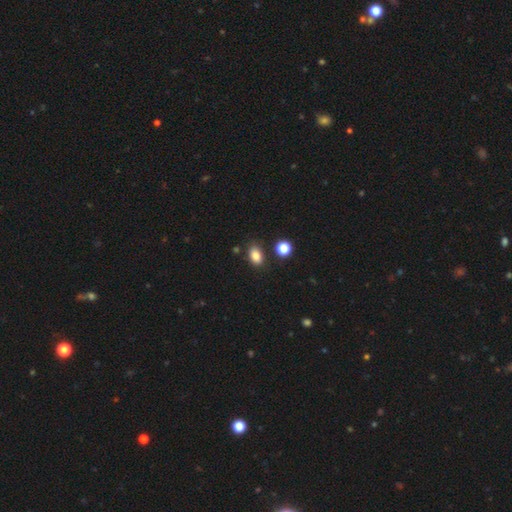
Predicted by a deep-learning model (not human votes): smooth_or_featured: smooth (p=0.83) [alt: star or artifact p=0.11]
how_rounded: in between (p=0.81) [alt: round p=0.18]
merging: none (p=0.80) [alt: minor disturbance p=0.12]